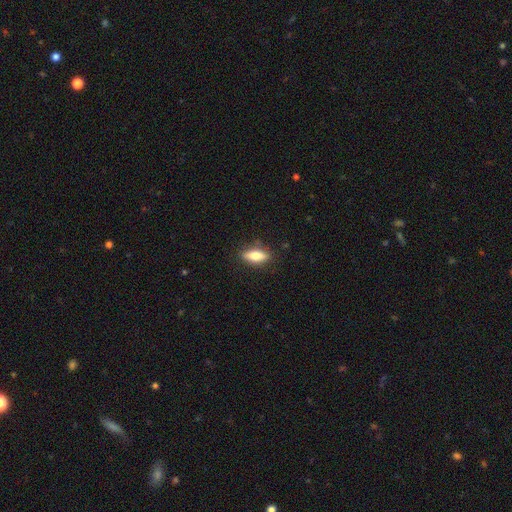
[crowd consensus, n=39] Smooth or featured?
  - smooth: 79% *
  - featured or disk: 13%
  - star or artifact: 8%
How rounded?
  - in between: 84% *
  - cigar-shaped: 10%
  - round: 6%
Merging?
  - none: 89% *
  - minor disturbance: 11%
  - major disturbance: 0%
  - merger: 0%